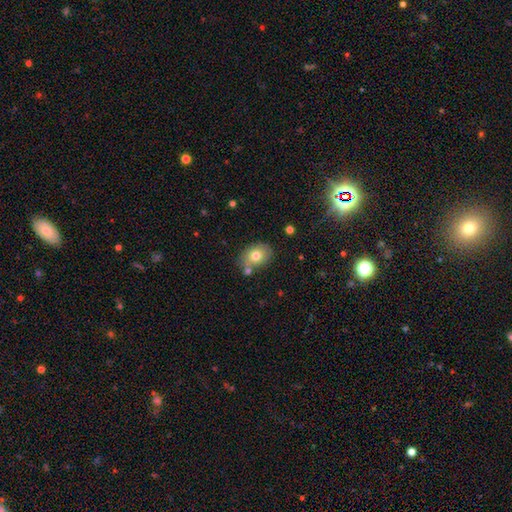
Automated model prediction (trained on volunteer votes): This is likely a smooth galaxy (74%). How rounded: likely in between (66%). Merging: likely none (68%).